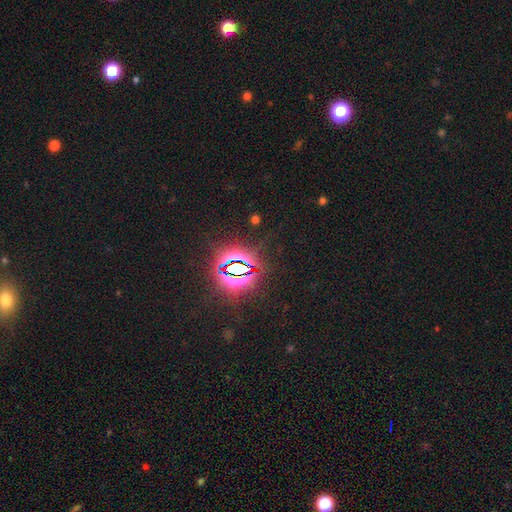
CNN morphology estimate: The model was most divided on "smooth or featured": star or artifact: 84%, smooth: 10%, featured or disk: 7%.